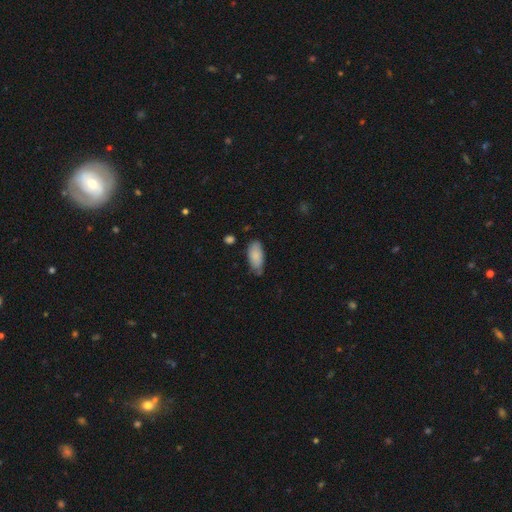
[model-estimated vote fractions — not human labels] smooth_or_featured: smooth (p=0.83) [alt: featured or disk p=0.11]
how_rounded: in between (p=0.91) [alt: cigar-shaped p=0.07]
merging: none (p=0.63) [alt: minor disturbance p=0.29]